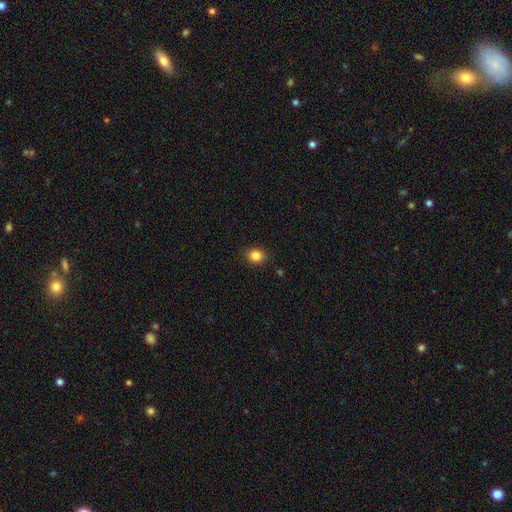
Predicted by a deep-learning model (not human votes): Morphology: type=smooth (85%); roundness=round (65%); merging=none (90%).